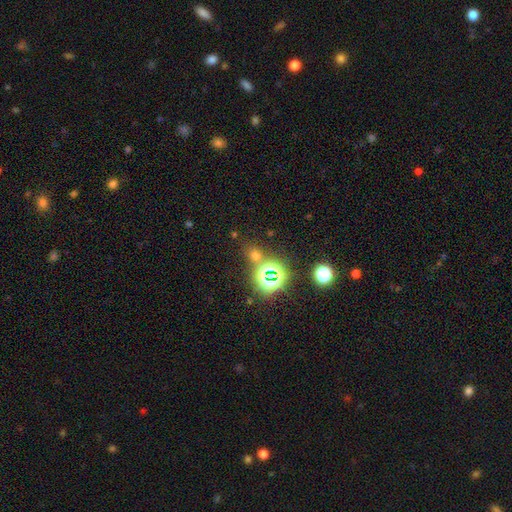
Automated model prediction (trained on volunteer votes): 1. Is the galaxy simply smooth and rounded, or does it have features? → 49% smooth, 44% star or artifact, 7% featured or disk.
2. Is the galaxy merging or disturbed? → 72% none, 14% merger, 9% minor disturbance, 5% major disturbance.